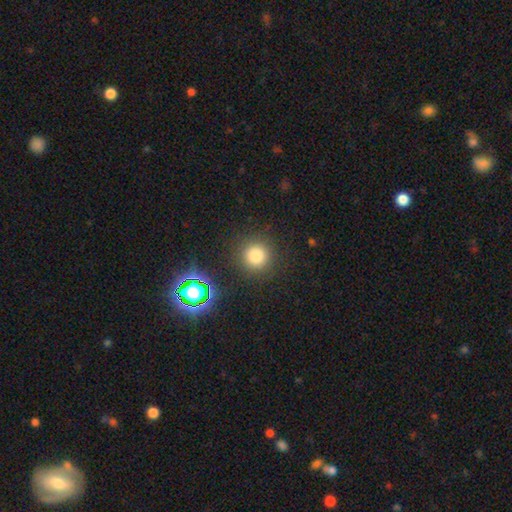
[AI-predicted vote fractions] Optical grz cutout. It shows a smooth galaxy with no disk features (78%) that is round (94%). Merging: none (89%).